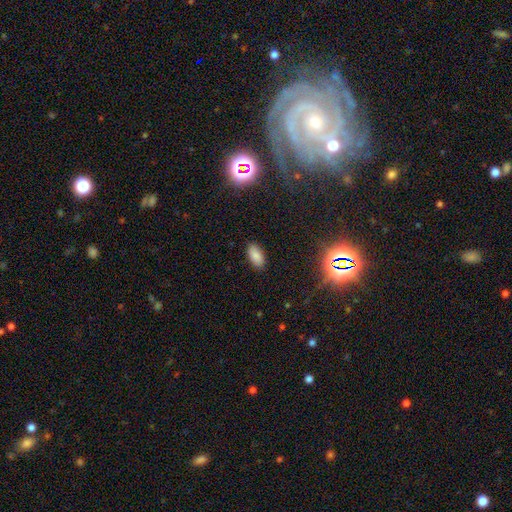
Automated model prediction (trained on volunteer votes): smooth_or_featured: smooth (p=0.83) [alt: star or artifact p=0.11]
how_rounded: in between (p=0.94) [alt: round p=0.03]
merging: none (p=0.87) [alt: minor disturbance p=0.09]